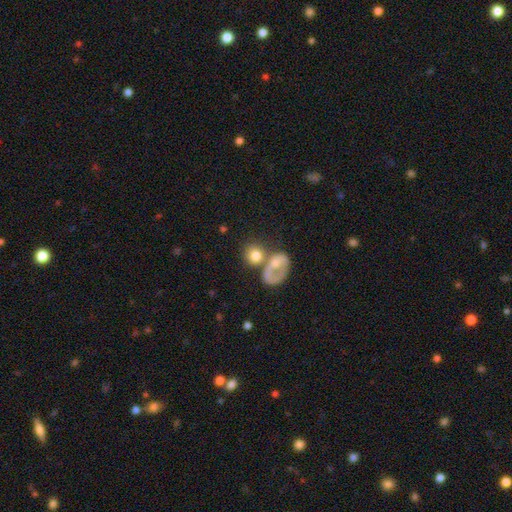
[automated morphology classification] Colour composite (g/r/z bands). It shows a smooth galaxy with no disk features (71%) that is round (69%). Merging: merger (43%).